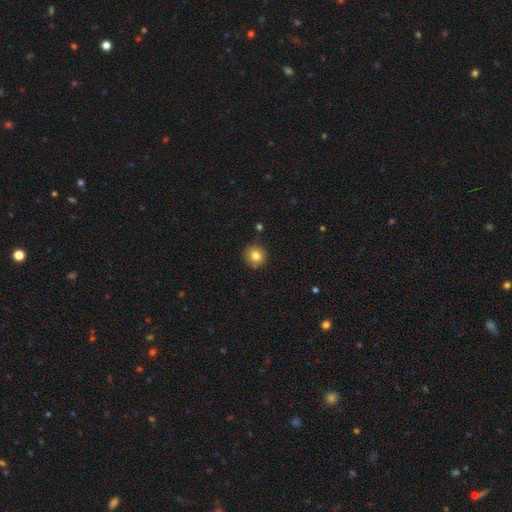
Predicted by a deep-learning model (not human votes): Smooth or featured?
  - smooth: 82% *
  - star or artifact: 10%
  - featured or disk: 8%
How rounded?
  - round: 92% *
  - in between: 7%
  - cigar-shaped: 1%
Merging?
  - none: 86% *
  - minor disturbance: 9%
  - merger: 3%
  - major disturbance: 2%